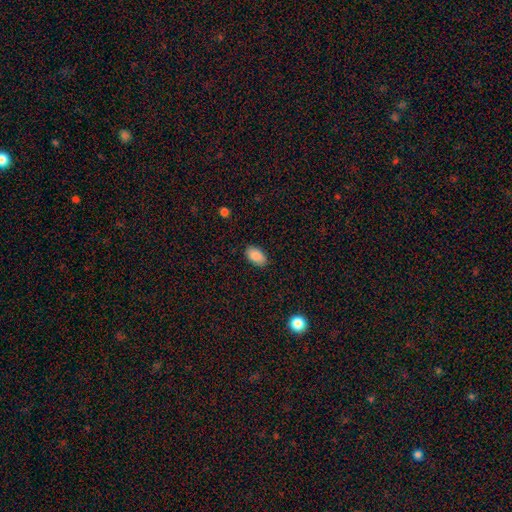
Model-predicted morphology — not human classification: The model was most divided on "merging": none: 87%, minor disturbance: 10%, major disturbance: 2%, merger: 1%. More confident: how rounded — in between (94%); smooth or featured — smooth (89%).